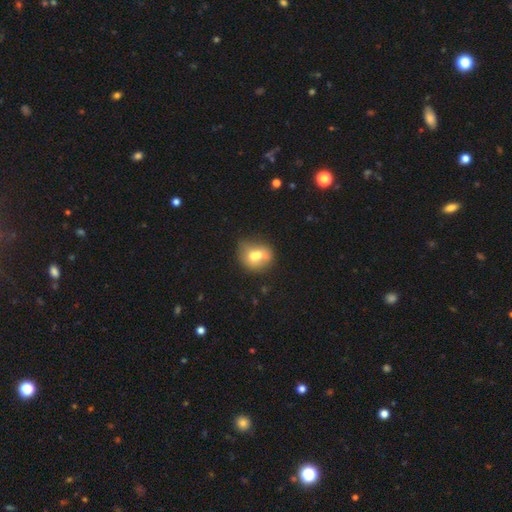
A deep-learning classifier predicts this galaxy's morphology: Q: Smooth or featured?
A: smooth (65%); runner-up: featured or disk (25%)
Q: How rounded?
A: round (62%); runner-up: in between (37%)
Q: Merging?
A: merger (47%); runner-up: none (31%)